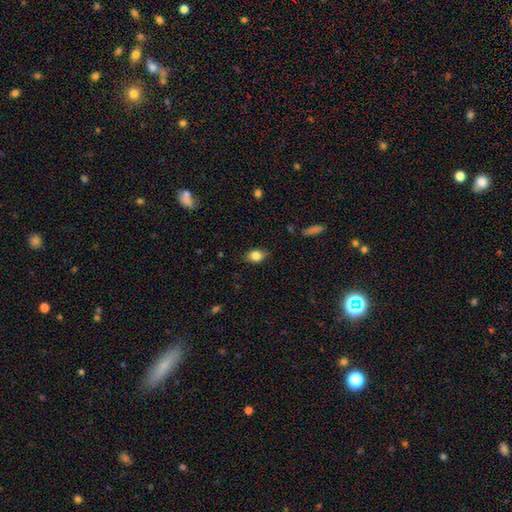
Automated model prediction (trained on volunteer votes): Smooth or featured? Predicted: smooth (p=0.82). How rounded? Predicted: in between (p=0.74). Merging? Predicted: none (p=0.82).